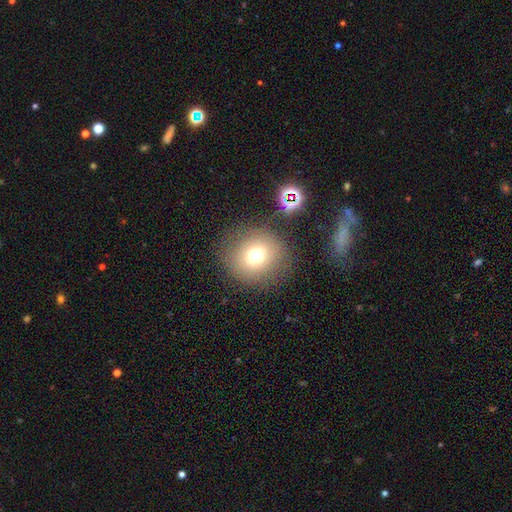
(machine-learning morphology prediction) smooth-or-featured: smooth: 69% | star or artifact: 17% | featured or disk: 14%
  how-rounded: round: 85% | in between: 14% | cigar-shaped: 1%
  merging: none: 80% | minor disturbance: 10% | major disturbance: 6% | merger: 4%